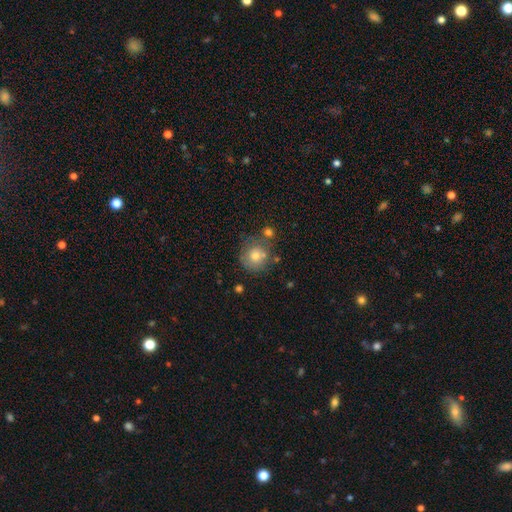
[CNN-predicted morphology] smooth_or_featured: smooth (p=0.71) [alt: featured or disk p=0.18]
how_rounded: round (p=0.88) [alt: in between p=0.11]
merging: none (p=0.61) [alt: minor disturbance p=0.18]